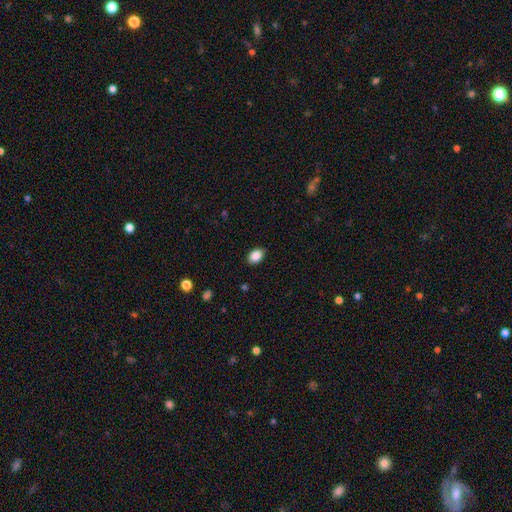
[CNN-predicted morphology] Smooth or featured?
  - smooth: 88% *
  - star or artifact: 8%
  - featured or disk: 4%
How rounded?
  - in between: 83% *
  - round: 16%
  - cigar-shaped: 1%
Merging?
  - none: 88% *
  - minor disturbance: 9%
  - major disturbance: 2%
  - merger: 1%